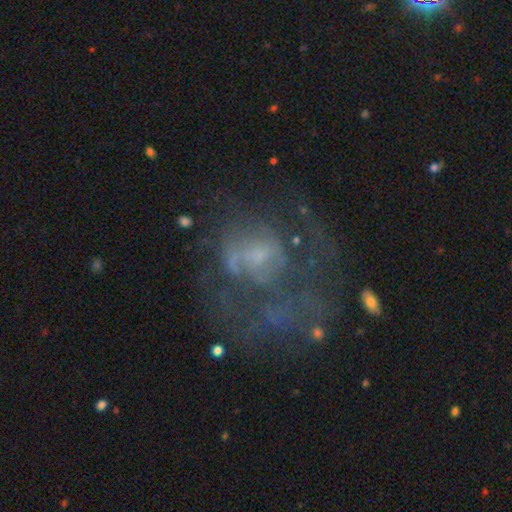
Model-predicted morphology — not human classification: This appears to be a featured or disk galaxy (62%) with no bar (73%), no spiral arms (58%) and a small central bulge (44%). Merging: major disturbance (45%).